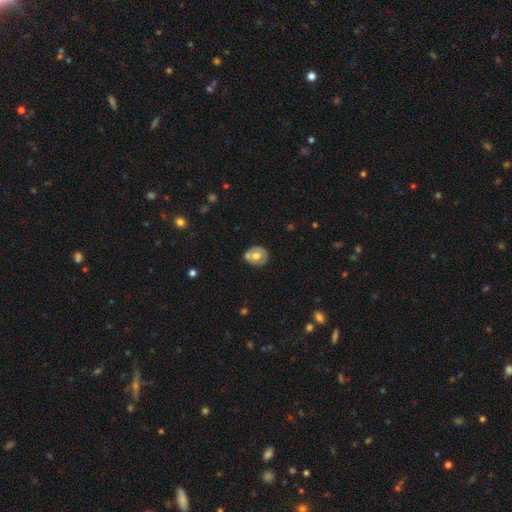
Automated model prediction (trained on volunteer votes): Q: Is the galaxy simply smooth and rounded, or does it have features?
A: smooth — 57%.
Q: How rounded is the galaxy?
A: round — 69%.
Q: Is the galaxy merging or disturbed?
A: none — 61%.